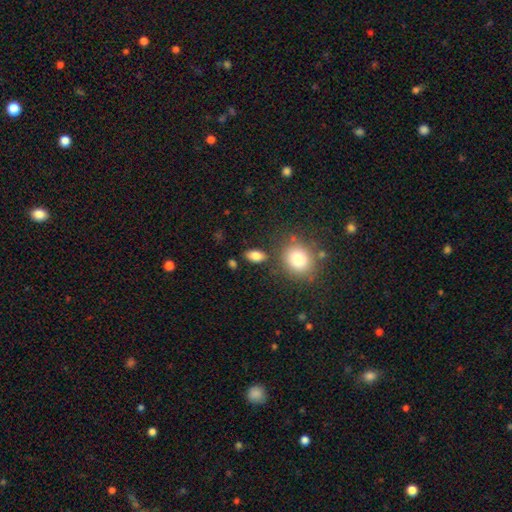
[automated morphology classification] The model was most divided on "merging": none: 80%, minor disturbance: 11%, merger: 6%, major disturbance: 4%. More confident: how rounded — in between (86%); smooth or featured — smooth (83%).